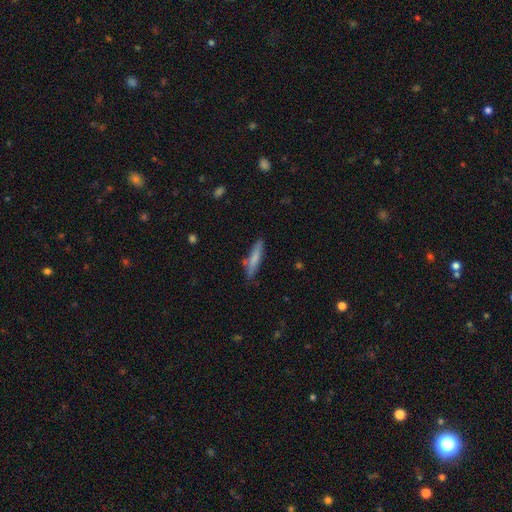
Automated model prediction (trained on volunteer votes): Smooth or featured? smooth (67%)
How rounded? cigar-shaped (89%)
Merging? none (78%)